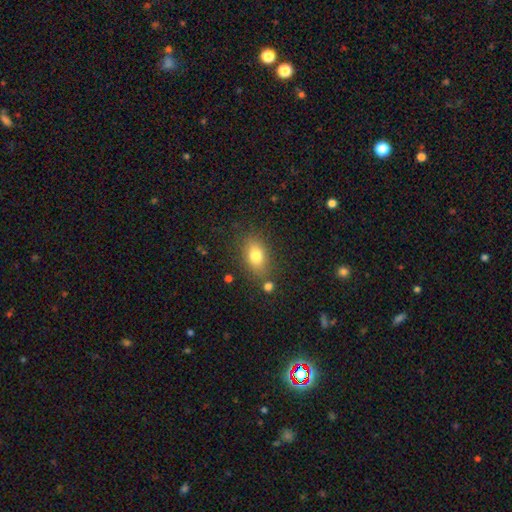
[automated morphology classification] Smooth or featured? Predicted: smooth (p=0.79). How rounded? Predicted: in between (p=0.80). Merging? Predicted: none (p=0.78).